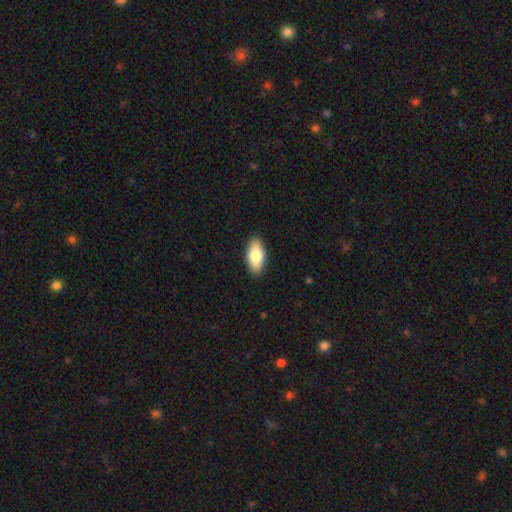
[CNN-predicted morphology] Smooth or featured? Predicted: smooth (p=0.78). How rounded? Predicted: in between (p=0.90). Merging? Predicted: none (p=0.90).